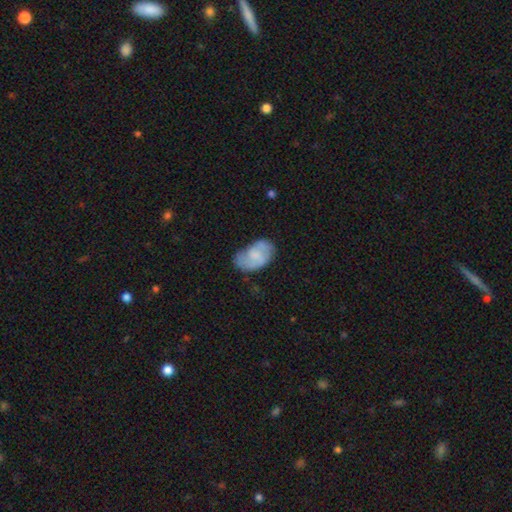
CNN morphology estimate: smooth 53%, featured or disk 40%, star or artifact 7%. Down the decision tree: how rounded — in between (92%); merging — none (57%).